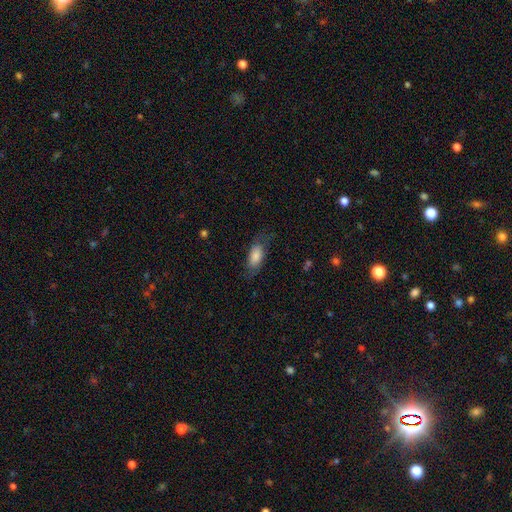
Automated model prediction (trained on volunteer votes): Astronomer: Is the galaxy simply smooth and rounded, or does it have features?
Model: smooth — 73%.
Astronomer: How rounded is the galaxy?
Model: in between — 85%.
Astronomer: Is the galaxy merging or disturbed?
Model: none — 63%.